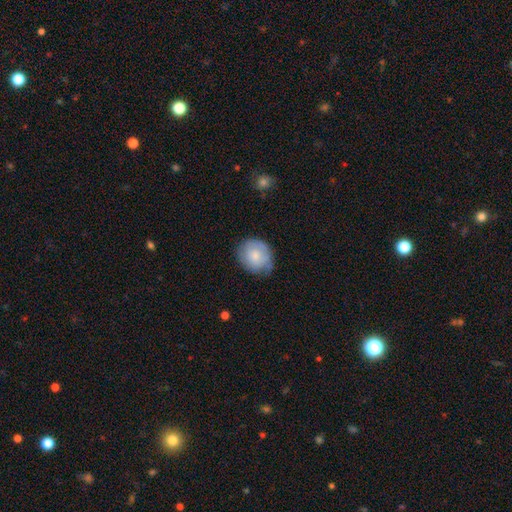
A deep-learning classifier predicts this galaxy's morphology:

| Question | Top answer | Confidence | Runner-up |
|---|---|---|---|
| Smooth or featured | smooth | 66% | featured or disk (27%) |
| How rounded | round | 75% | in between (24%) |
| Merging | none | 66% | minor disturbance (26%) |